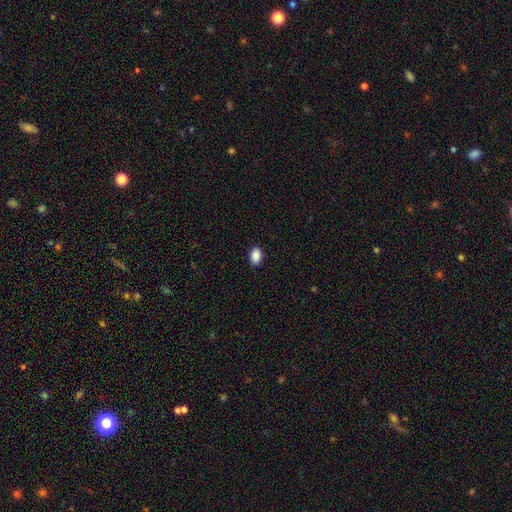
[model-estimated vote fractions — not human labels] Overall: smooth (90%). How rounded: in between (87%). Merging: none (89%).